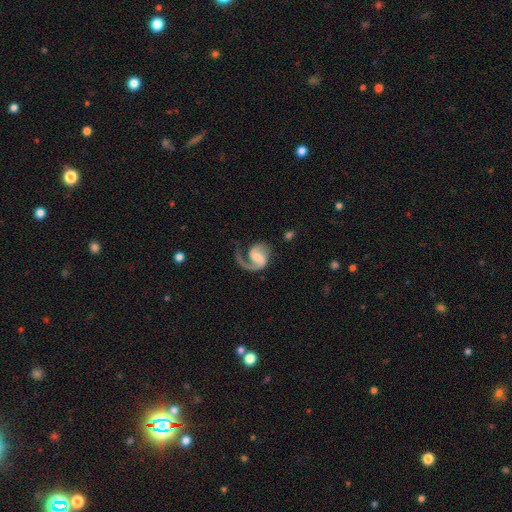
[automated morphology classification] Smooth or featured? Predicted: featured or disk (p=0.89). Edge-on disk? Predicted: no (p=0.98). Bar? Predicted: weak (p=0.49). Spiral arms? Predicted: yes (p=0.97). Spiral winding? Predicted: medium (p=0.51). Spiral arm count? Predicted: 2 (p=0.51). Bulge size? Predicted: small (p=0.36). Merging? Predicted: none (p=0.53).